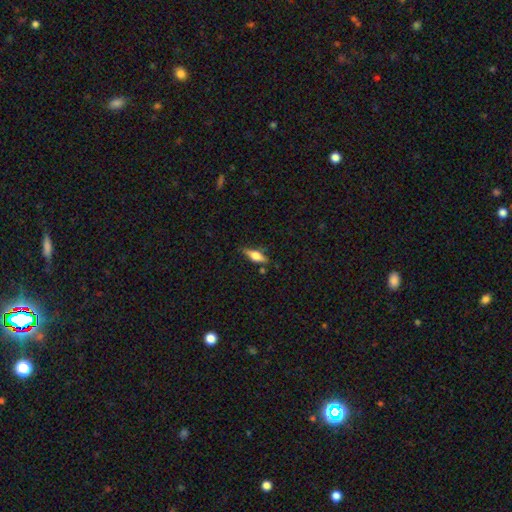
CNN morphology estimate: smooth 53%, featured or disk 40%, star or artifact 7%. Down the decision tree: how rounded — in between (56%); merging — none (76%).